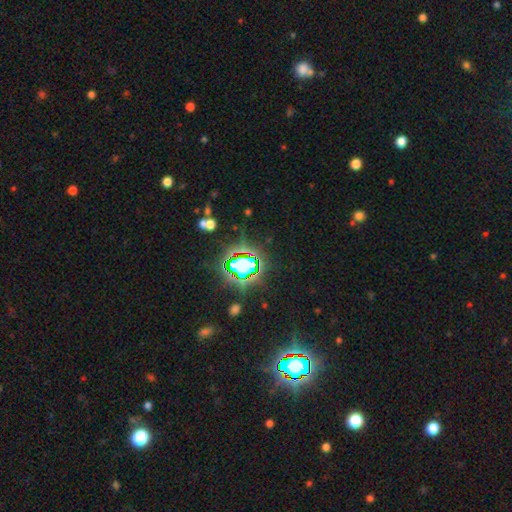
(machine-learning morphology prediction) The model was most divided on "smooth or featured": star or artifact: 79%, smooth: 13%, featured or disk: 8%.